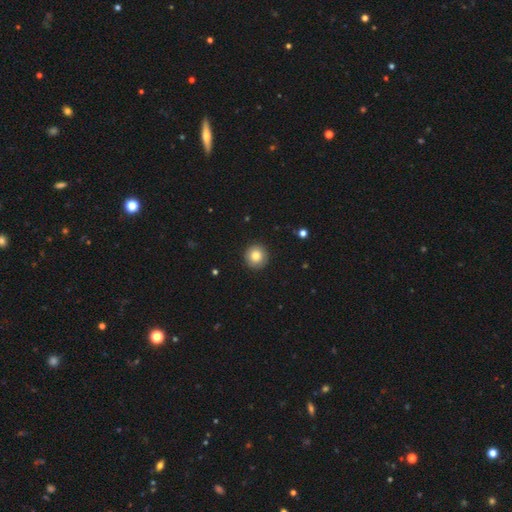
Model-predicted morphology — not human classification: smooth-or-featured: smooth: 83% | star or artifact: 9% | featured or disk: 8%
  how-rounded: round: 94% | in between: 5% | cigar-shaped: 1%
  merging: none: 91% | minor disturbance: 6% | major disturbance: 2% | merger: 1%